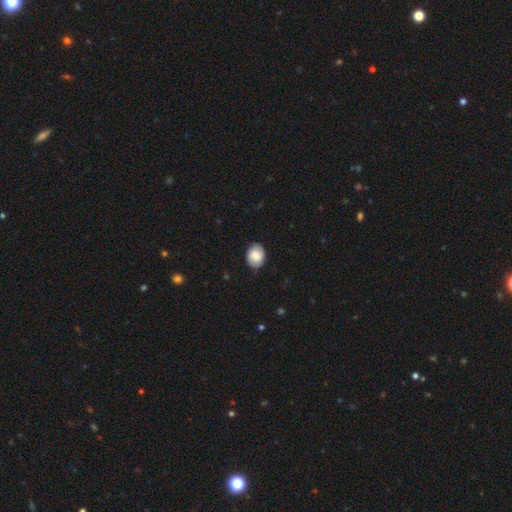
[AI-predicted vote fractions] Overall: smooth (78%). How rounded: in between (58%; round 41%). Merging: none (83%).